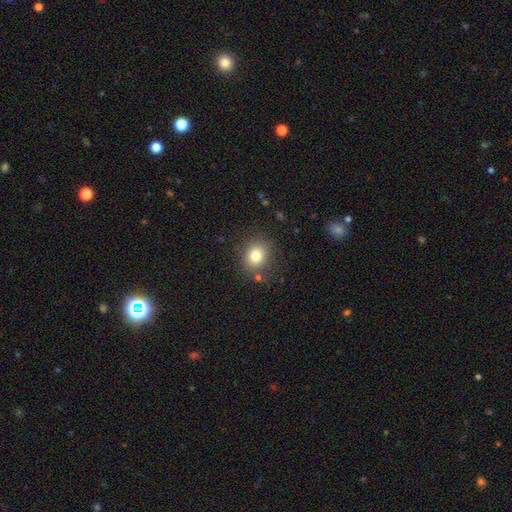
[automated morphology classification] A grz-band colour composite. It shows a smooth galaxy with no disk features (80%) that is round (69%). Merging: none (83%).